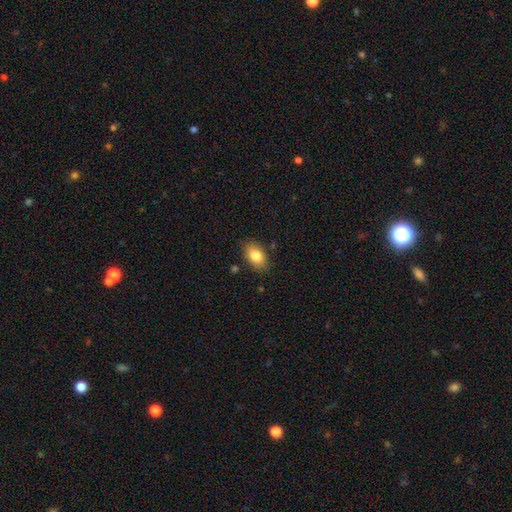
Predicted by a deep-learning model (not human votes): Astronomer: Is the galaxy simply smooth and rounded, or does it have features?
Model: smooth — 81%.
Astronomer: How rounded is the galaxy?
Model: in between — 88%.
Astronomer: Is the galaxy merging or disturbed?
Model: none — 84%.